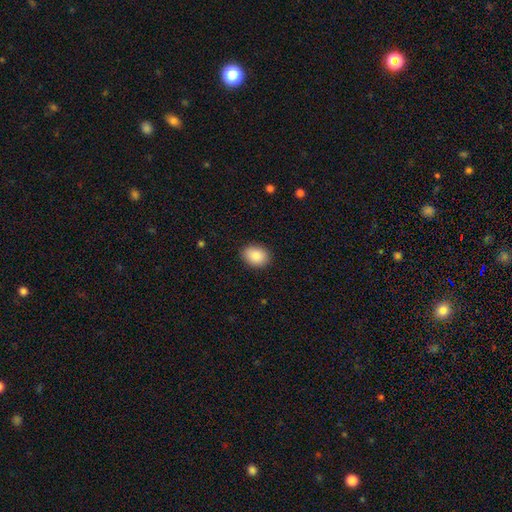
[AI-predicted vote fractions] smooth 89%, star or artifact 7%, featured or disk 4%. Down the decision tree: how rounded — in between (72%); merging — none (89%).